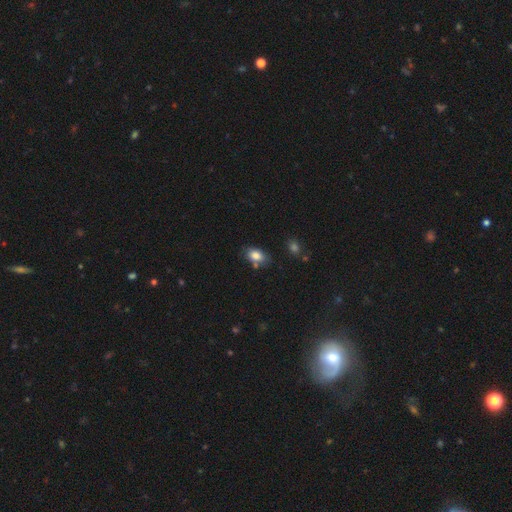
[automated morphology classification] type=smooth (83%); roundness=in between (85%); merging=none (69%).